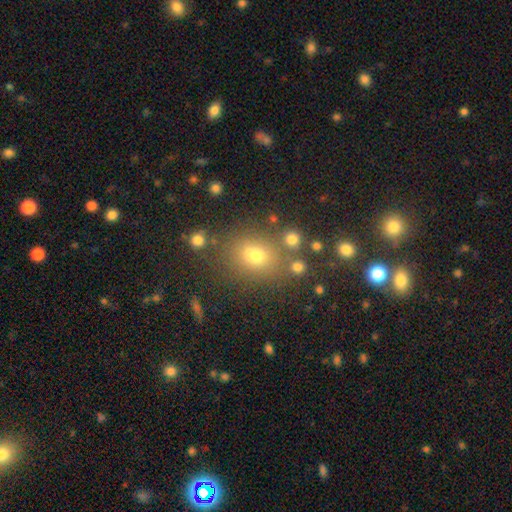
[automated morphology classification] type=smooth (64%); roundness=round (56%); merging=none (69%).